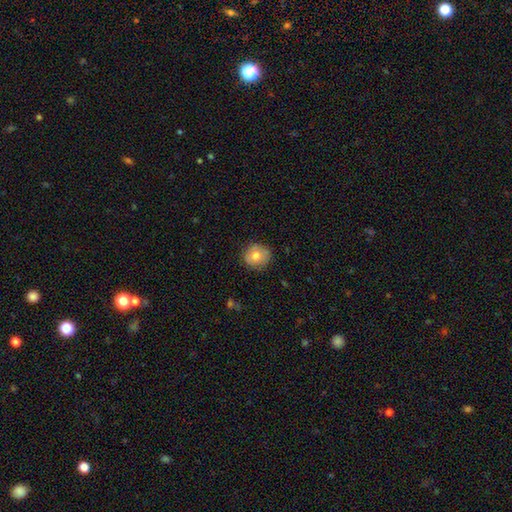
Smooth or featured? 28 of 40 (70%) said smooth. How rounded? 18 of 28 (64%) said round. Merging? 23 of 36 (64%) said none.